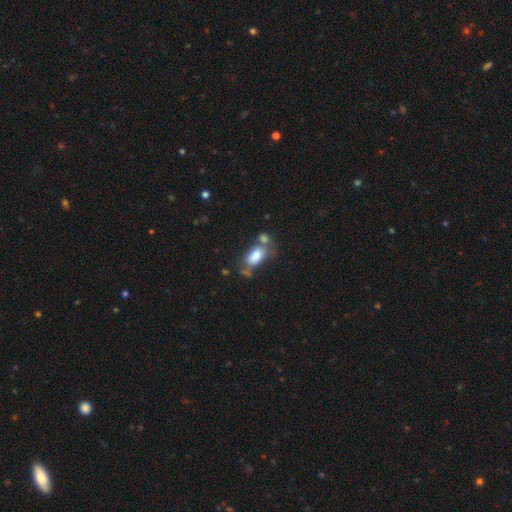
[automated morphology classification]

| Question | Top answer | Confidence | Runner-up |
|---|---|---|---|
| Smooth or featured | smooth | 78% | featured or disk (15%) |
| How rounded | in between | 90% | round (6%) |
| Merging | none | 41% | merger (33%) |